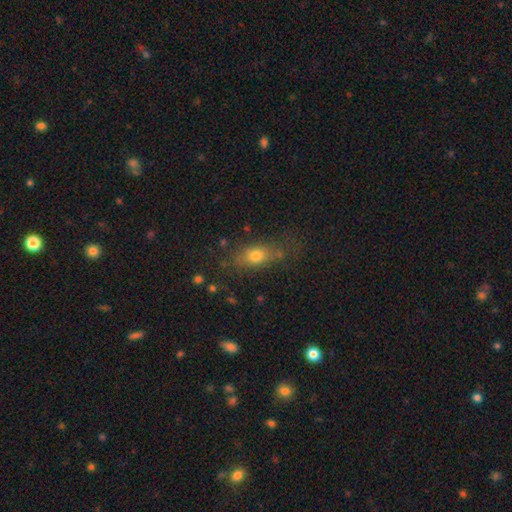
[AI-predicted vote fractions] Smooth or featured? smooth (70%)
How rounded? in between (65%)
Merging? none (67%)